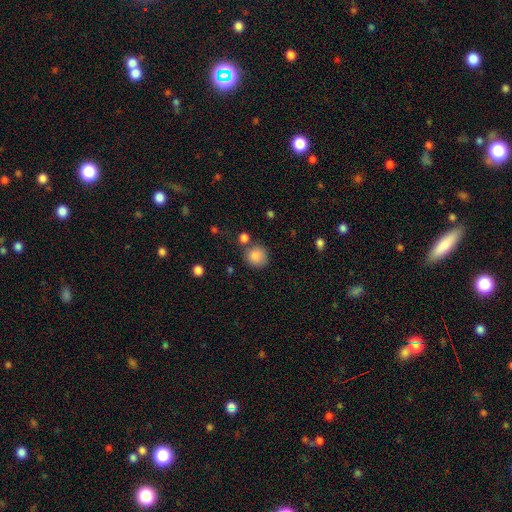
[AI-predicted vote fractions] Overall: smooth (85%). How rounded: round (89%). Merging: none (75%).